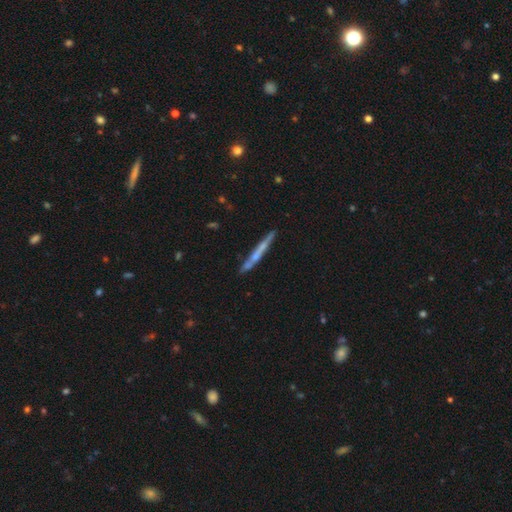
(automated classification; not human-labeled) Smooth or featured: featured or disk — 56% (smooth — 37%)
Edge-on disk: yes — 94% (no — 6%)
Edge-on bulge: none — 71% (rounded — 23%)
Merging: none — 81% (minor disturbance — 12%)